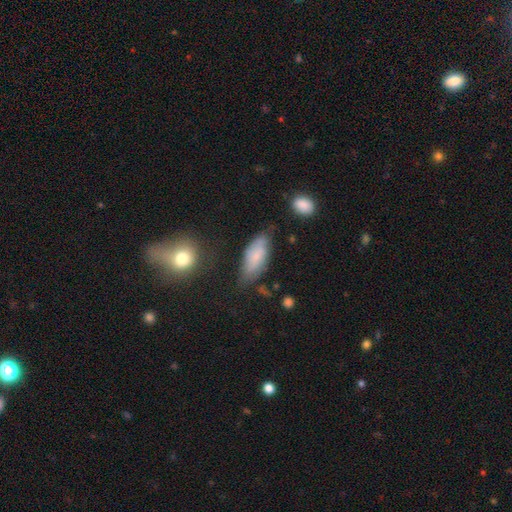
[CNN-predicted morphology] Smooth or featured: smooth — 66% (featured or disk — 26%)
How rounded: in between — 80% (cigar-shaped — 17%)
Merging: none — 59% (minor disturbance — 28%)